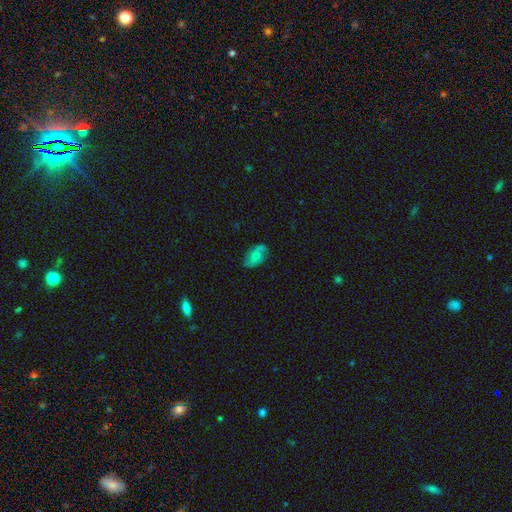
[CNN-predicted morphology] Smooth or featured? smooth (52%)
How rounded? in between (89%)
Merging? none (71%)